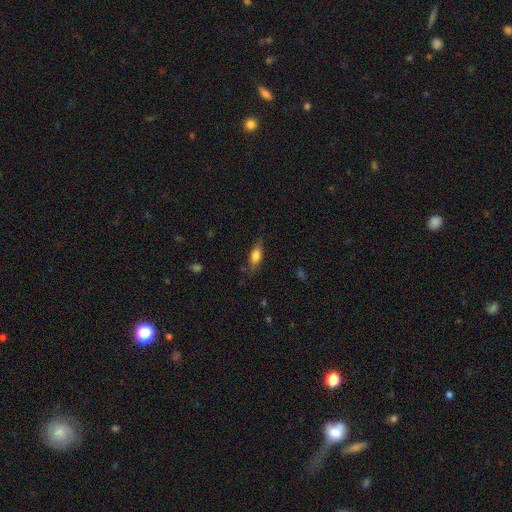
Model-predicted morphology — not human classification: A smooth galaxy with no disk features (77%) that is in between round and cigar-shaped (75%). Merging: none (74%).